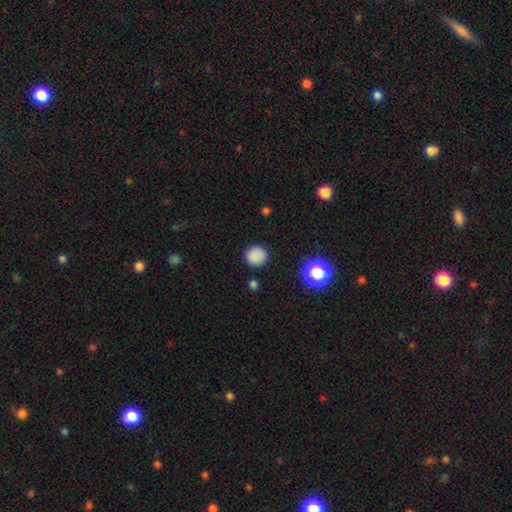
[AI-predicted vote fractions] Smooth or featured? Predicted: smooth (p=0.84). How rounded? Predicted: round (p=0.93). Merging? Predicted: none (p=0.88).